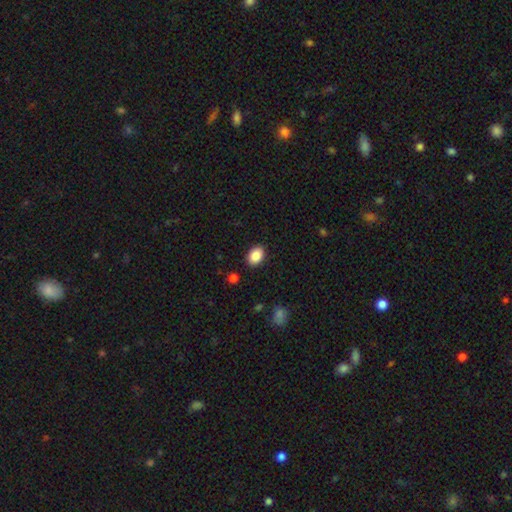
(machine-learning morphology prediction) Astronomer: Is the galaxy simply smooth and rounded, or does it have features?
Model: smooth — 88%.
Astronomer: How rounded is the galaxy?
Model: in between — 81%.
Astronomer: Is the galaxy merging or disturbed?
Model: none — 89%.